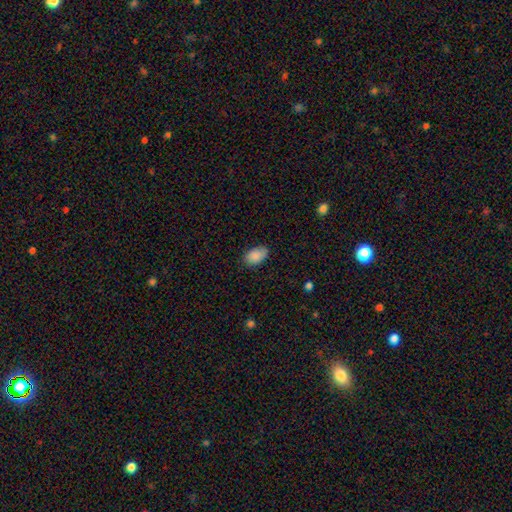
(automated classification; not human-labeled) Smooth or featured: smooth — 88% (star or artifact — 7%)
How rounded: in between — 92% (round — 6%)
Merging: none — 78% (minor disturbance — 18%)